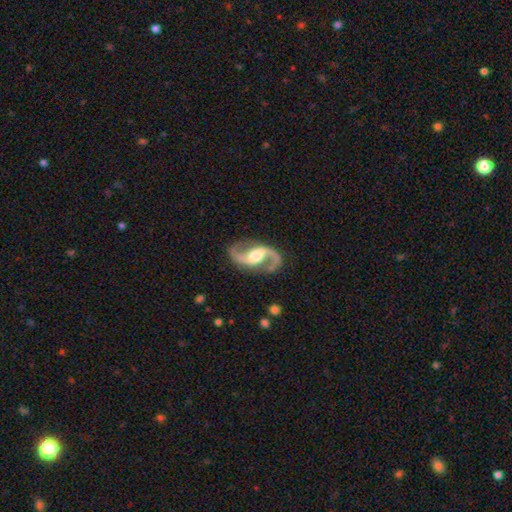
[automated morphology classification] Smooth or featured? Predicted: featured or disk (p=0.93). Edge-on disk? Predicted: no (p=0.98). Bar? Predicted: weak (p=0.43). Spiral arms? Predicted: yes (p=0.98). Spiral winding? Predicted: loose (p=0.49). Spiral arm count? Predicted: 2 (p=0.95). Bulge size? Predicted: moderate (p=0.56). Merging? Predicted: none (p=0.84).